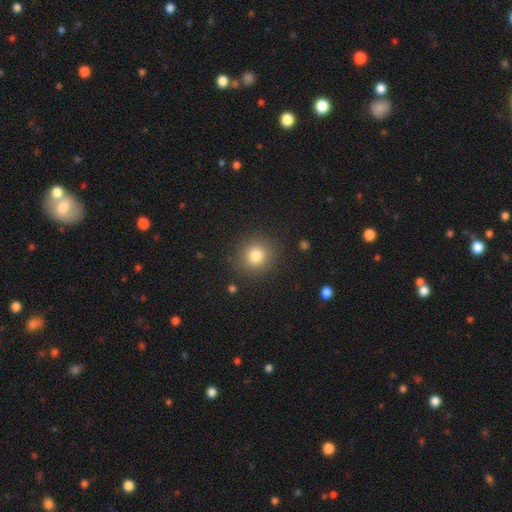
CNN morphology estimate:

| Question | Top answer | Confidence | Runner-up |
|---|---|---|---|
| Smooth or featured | smooth | 80% | star or artifact (12%) |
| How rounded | round | 88% | in between (11%) |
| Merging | none | 88% | minor disturbance (7%) |